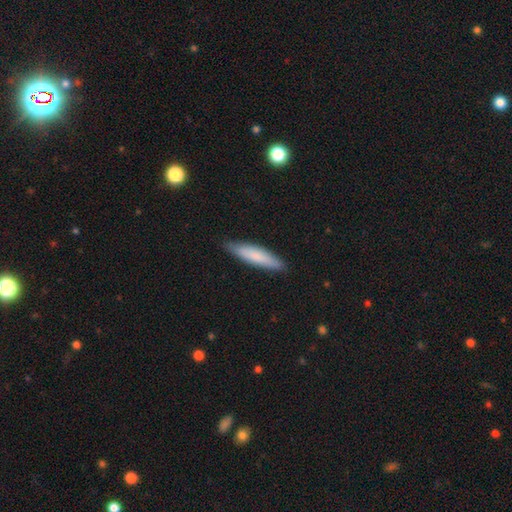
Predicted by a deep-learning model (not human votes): Smooth or featured: smooth — 75% (featured or disk — 19%)
How rounded: cigar-shaped — 82% (in between — 17%)
Merging: none — 87% (minor disturbance — 11%)